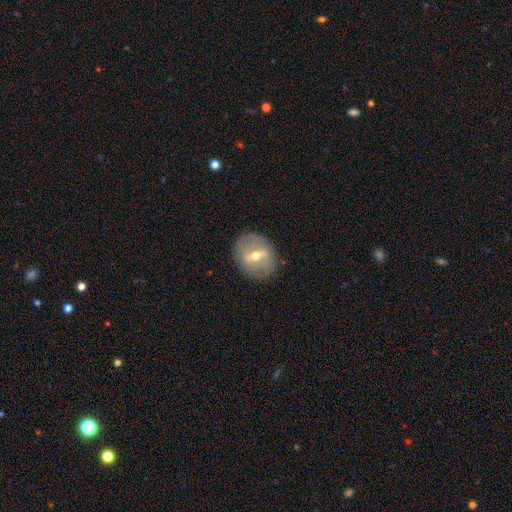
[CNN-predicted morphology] Smooth or featured?
  - featured or disk: 65% *
  - smooth: 27%
  - star or artifact: 8%
Edge-on disk?
  - no: 86% *
  - yes: 14%
Bar?
  - strong: 52% *
  - weak: 37%
  - no: 11%
Spiral arms?
  - no: 72% *
  - yes: 28%
Bulge size?
  - moderate: 64% *
  - small: 31%
  - large: 3%
  - none: 1%
  - dominant: 1%
Merging?
  - none: 83% *
  - minor disturbance: 11%
  - major disturbance: 4%
  - merger: 1%